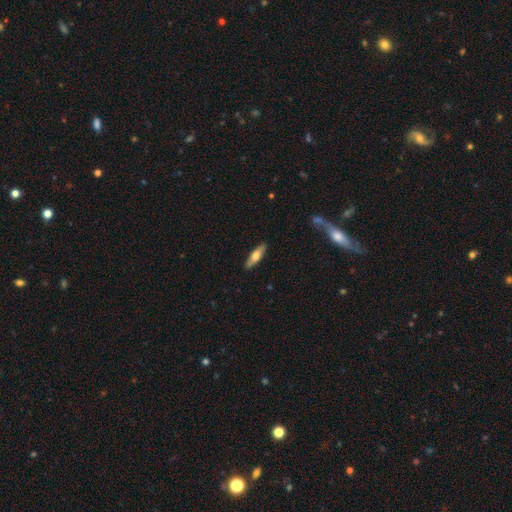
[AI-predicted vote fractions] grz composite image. It shows a smooth galaxy with no disk features (51%) that is cigar-shaped (68%). Merging: none (89%).